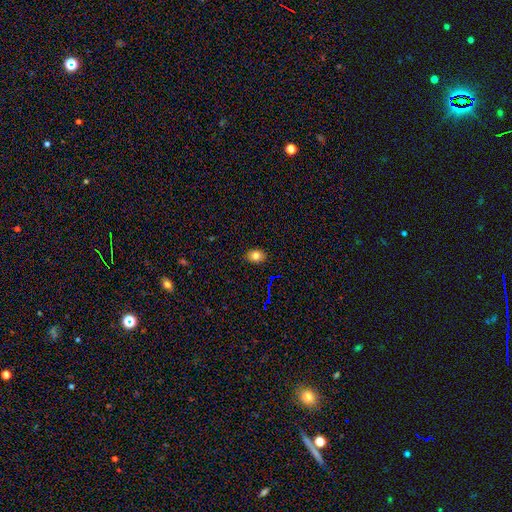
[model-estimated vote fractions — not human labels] smooth_or_featured: smooth (p=0.79) [alt: star or artifact p=0.13]
how_rounded: in between (p=0.63) [alt: round p=0.36]
merging: none (p=0.88) [alt: minor disturbance p=0.09]